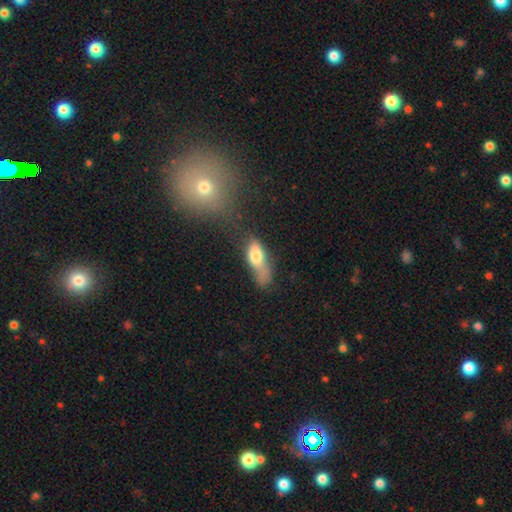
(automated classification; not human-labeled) Smooth or featured?
  - smooth: 70% *
  - featured or disk: 22%
  - star or artifact: 9%
How rounded?
  - in between: 70% *
  - cigar-shaped: 24%
  - round: 6%
Merging?
  - major disturbance: 33% *
  - minor disturbance: 27%
  - none: 25%
  - merger: 16%